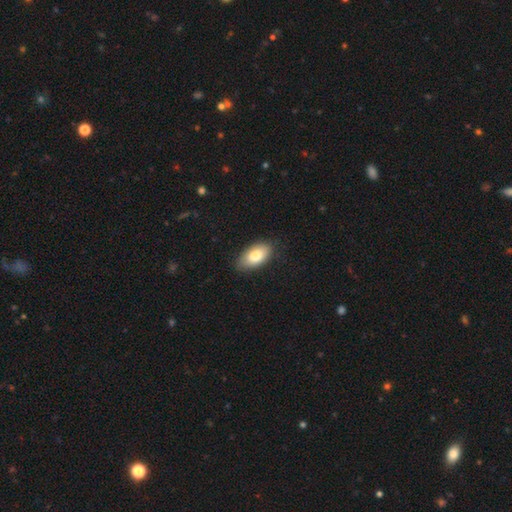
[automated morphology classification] Q: Smooth or featured?
A: smooth (80%); runner-up: featured or disk (14%)
Q: How rounded?
A: in between (94%); runner-up: round (4%)
Q: Merging?
A: none (83%); runner-up: minor disturbance (14%)